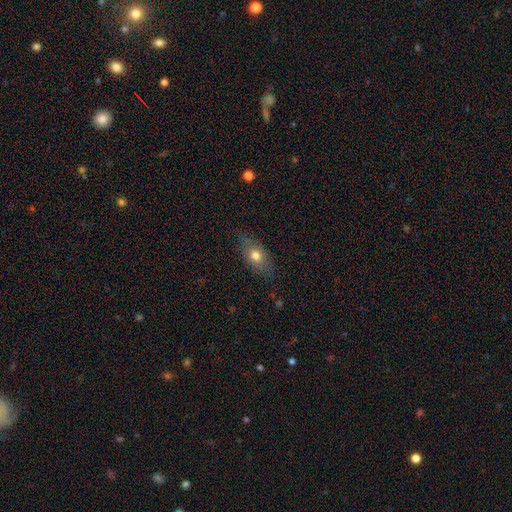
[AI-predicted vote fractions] A smooth galaxy with no disk features (69%) that is in between round and cigar-shaped (84%).

Vote fractions:
- Smooth or featured? smooth: 69% / featured or disk: 23% / star or artifact: 8%
- How rounded? in between: 84% / round: 10% / cigar-shaped: 7%
- Merging? none: 75% / minor disturbance: 19% / major disturbance: 5% / merger: 1%